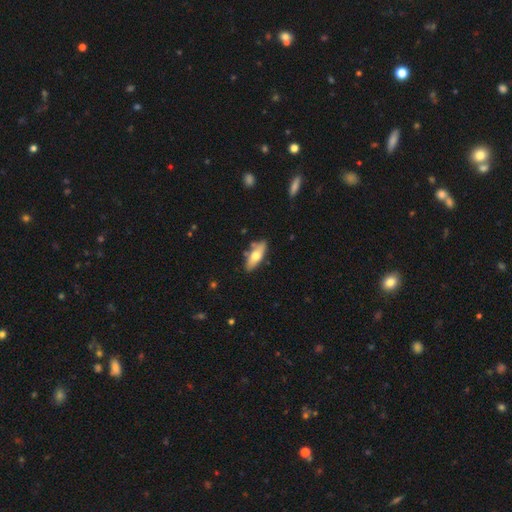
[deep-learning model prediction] smooth 59%, featured or disk 35%, star or artifact 6%. Down the decision tree: how rounded — in between (63%); merging — none (78%).